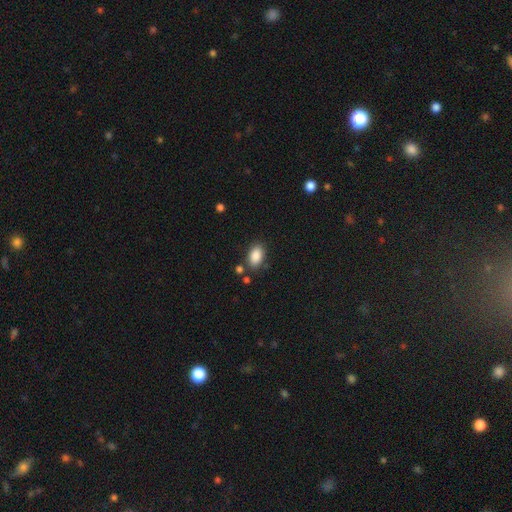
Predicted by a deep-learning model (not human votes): This appears to be a smooth galaxy with no disk features (88%) that is in between round and cigar-shaped (90%). Merging: none (80%).